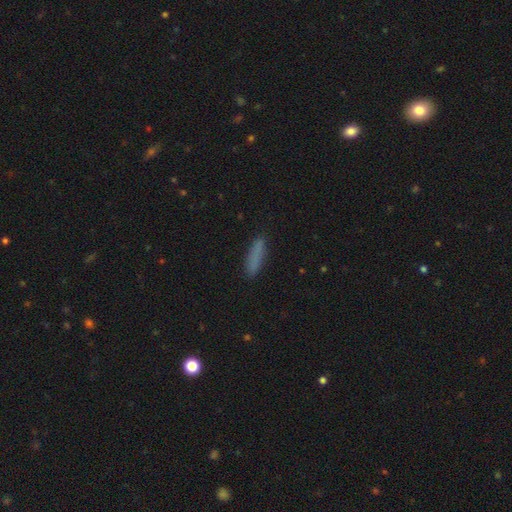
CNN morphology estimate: Overall: smooth (83%). How rounded: cigar-shaped (77%). Merging: none (87%).